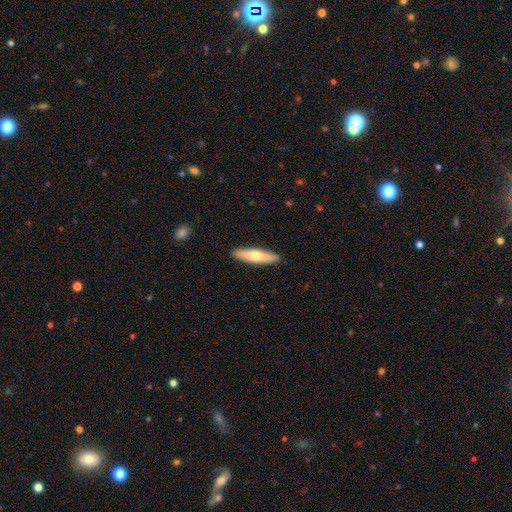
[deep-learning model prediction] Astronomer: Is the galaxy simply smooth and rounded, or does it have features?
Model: smooth — 67%.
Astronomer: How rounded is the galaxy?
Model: cigar-shaped — 71%.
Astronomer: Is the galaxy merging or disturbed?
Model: none — 91%.